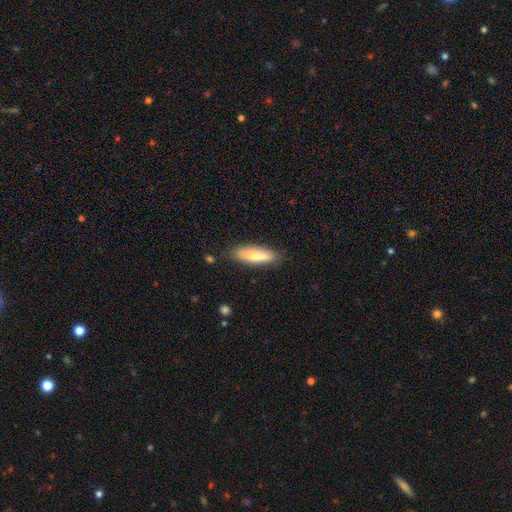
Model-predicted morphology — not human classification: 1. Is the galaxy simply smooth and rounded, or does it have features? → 76% smooth, 18% featured or disk, 6% star or artifact.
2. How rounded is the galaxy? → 54% cigar-shaped, 44% in between, 2% round.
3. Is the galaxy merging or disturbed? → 82% none, 13% minor disturbance, 3% major disturbance, 2% merger.